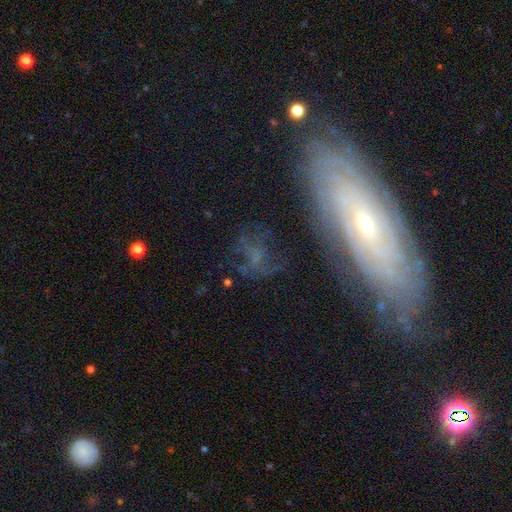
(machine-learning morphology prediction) type=featured or disk (62%); edge-on=no (87%); bar=no (60%); spiral arms=yes (81%); bulge=small (54%); merging=none (67%).